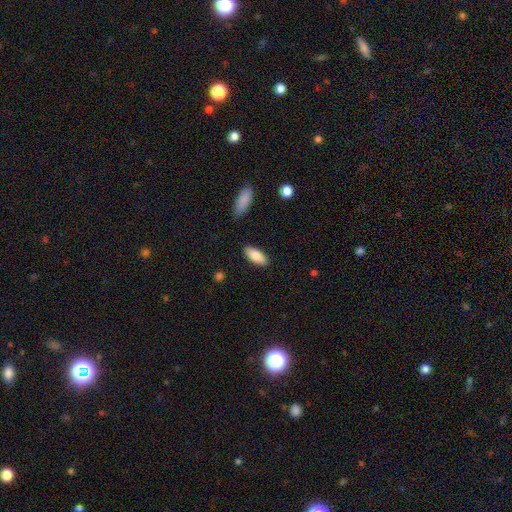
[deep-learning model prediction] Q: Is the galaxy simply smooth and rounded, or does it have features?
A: smooth — 83%.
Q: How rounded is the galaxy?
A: in between — 83%.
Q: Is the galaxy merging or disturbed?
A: none — 88%.